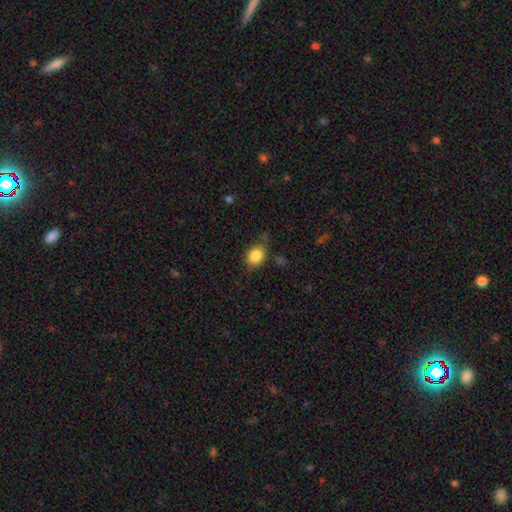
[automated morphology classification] Smooth or featured: smooth — 86% (star or artifact — 9%)
How rounded: in between — 50% (round — 49%)
Merging: none — 75% (minor disturbance — 17%)